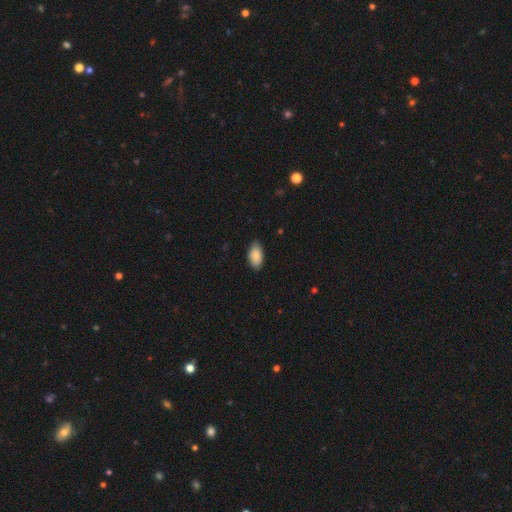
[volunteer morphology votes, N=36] Smooth or featured?
  - smooth: 89% *
  - featured or disk: 11%
  - star or artifact: 0%
How rounded?
  - in between: 94% *
  - cigar-shaped: 6%
  - round: 0%
Merging?
  - none: 75% *
  - minor disturbance: 25%
  - major disturbance: 0%
  - merger: 0%